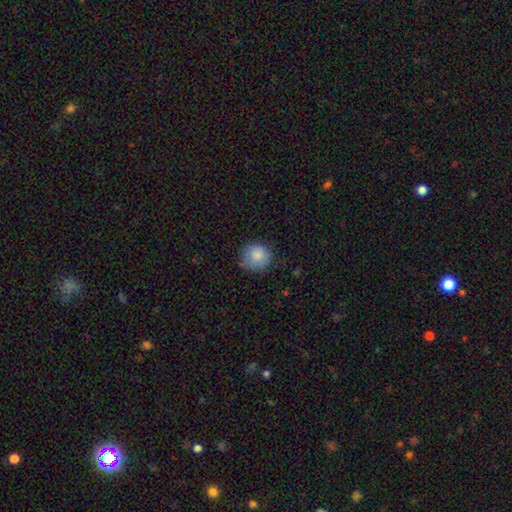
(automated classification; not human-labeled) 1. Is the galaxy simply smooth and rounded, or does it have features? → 83% smooth, 10% featured or disk, 8% star or artifact.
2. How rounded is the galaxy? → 89% round, 10% in between, 1% cigar-shaped.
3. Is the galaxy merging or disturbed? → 67% none, 25% minor disturbance, 6% major disturbance, 2% merger.